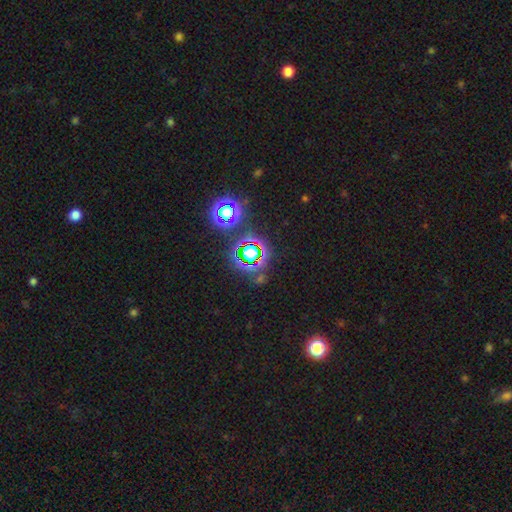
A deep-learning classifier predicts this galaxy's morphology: This is likely a star or artifact rather than a galaxy (80%).